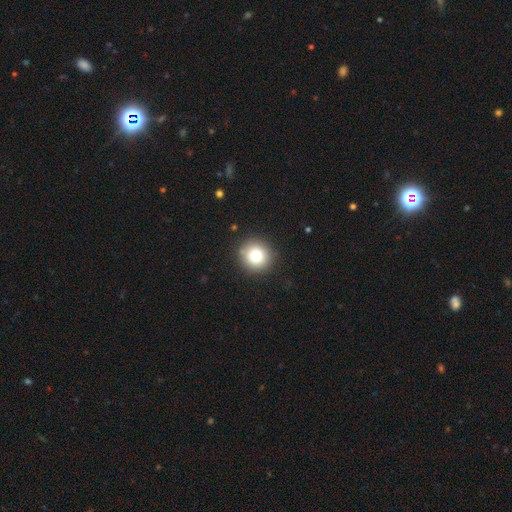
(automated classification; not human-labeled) Smooth or featured: smooth — 81% (star or artifact — 10%)
How rounded: round — 92% (in between — 7%)
Merging: none — 88% (minor disturbance — 8%)